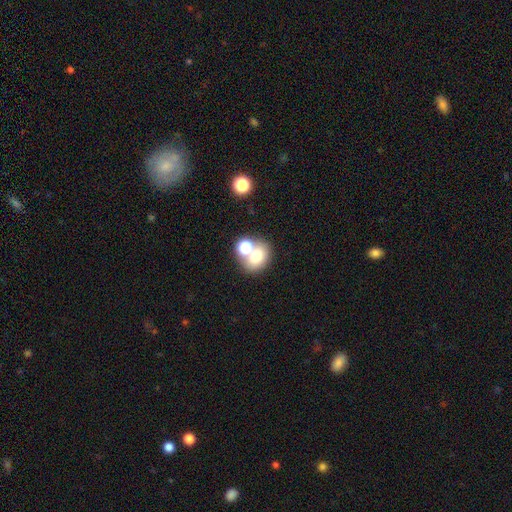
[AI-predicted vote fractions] A smooth galaxy with no disk features (71%) that is round (53%). Merging: none (44%).